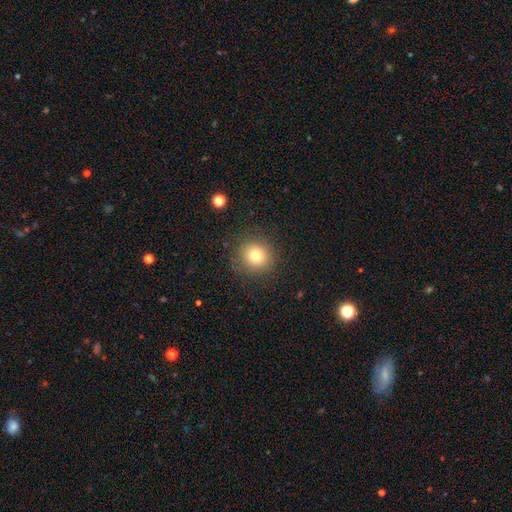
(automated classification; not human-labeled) A smooth galaxy with no disk features (77%) that is round (91%).

Vote fractions:
- Smooth or featured? smooth: 77% / star or artifact: 13% / featured or disk: 10%
- How rounded? round: 91% / in between: 8% / cigar-shaped: 1%
- Merging? none: 87% / minor disturbance: 8% / major disturbance: 3% / merger: 1%